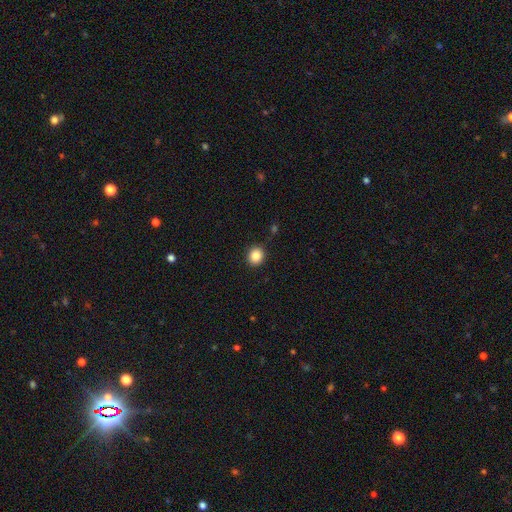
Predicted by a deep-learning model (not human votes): Overall: smooth (87%). How rounded: round (81%). Merging: none (91%).